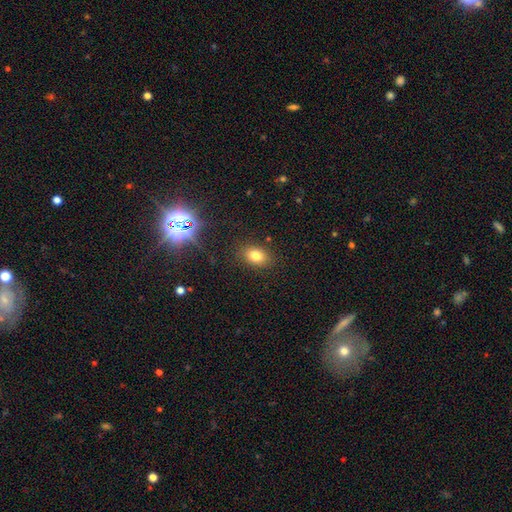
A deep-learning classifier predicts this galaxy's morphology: A smooth galaxy with no disk features (78%) that is in between round and cigar-shaped (78%). Merging: none (85%).